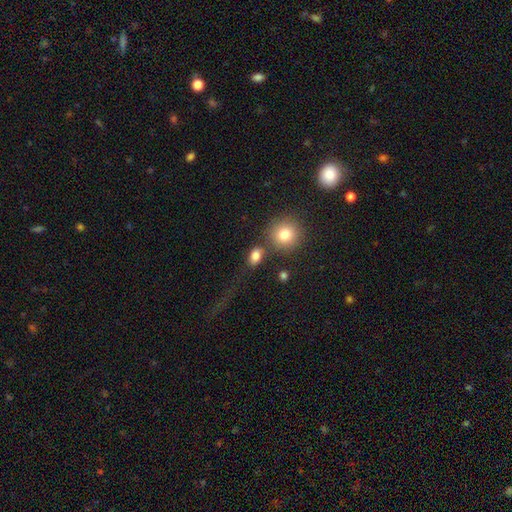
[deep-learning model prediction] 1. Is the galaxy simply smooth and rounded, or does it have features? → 82% smooth, 10% star or artifact, 7% featured or disk.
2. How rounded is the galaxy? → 69% in between, 28% round, 3% cigar-shaped.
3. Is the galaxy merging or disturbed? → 60% none, 18% merger, 12% minor disturbance, 9% major disturbance.